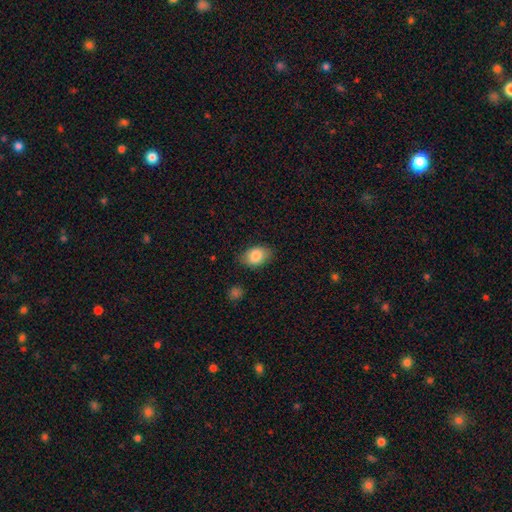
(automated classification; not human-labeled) smooth 85%, featured or disk 8%, star or artifact 7%. Down the decision tree: how rounded — in between (83%); merging — none (82%).